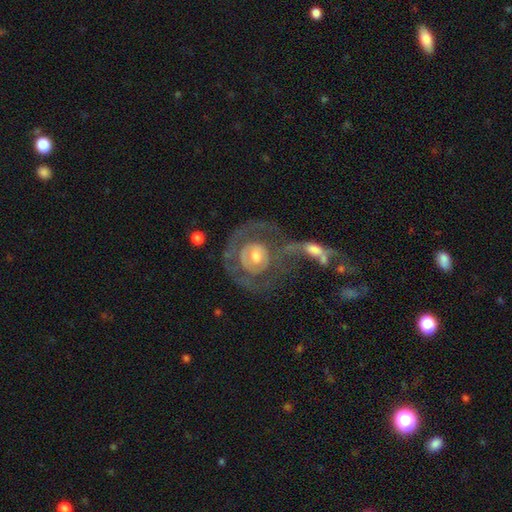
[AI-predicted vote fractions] This appears to be a featured or disk galaxy (71%) with no bar (74%), spiral arms (56%) and a moderate central bulge (57%). Merging: none (35%).